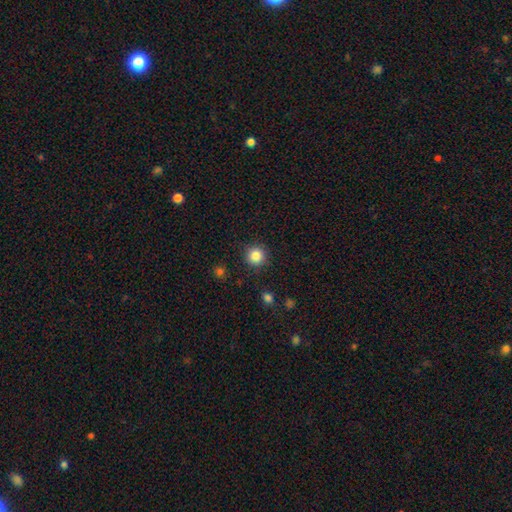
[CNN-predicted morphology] The model was most divided on "smooth or featured": smooth: 85%, star or artifact: 11%, featured or disk: 5%. More confident: how rounded — round (94%); merging — none (90%).